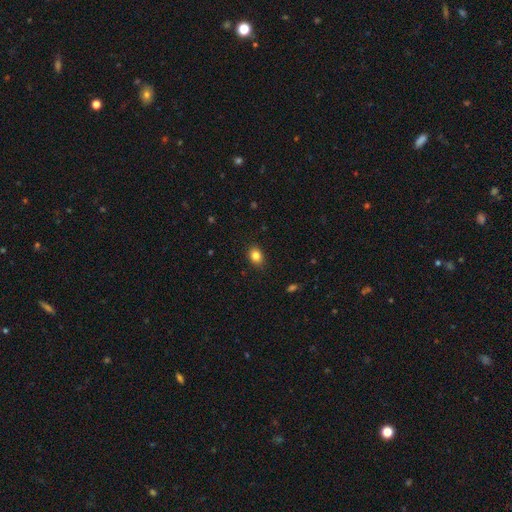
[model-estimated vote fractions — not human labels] Smooth or featured: smooth — 85% (star or artifact — 10%)
How rounded: in between — 63% (round — 36%)
Merging: none — 87% (minor disturbance — 10%)